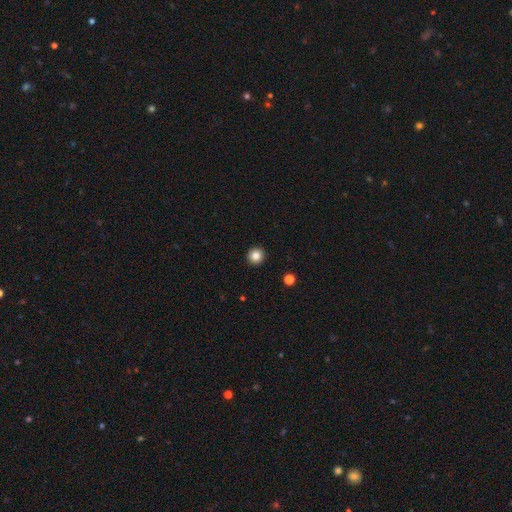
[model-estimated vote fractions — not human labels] smooth-or-featured: smooth: 84% | star or artifact: 11% | featured or disk: 5%
  how-rounded: round: 96% | in between: 3% | cigar-shaped: 1%
  merging: none: 94% | minor disturbance: 4% | major disturbance: 1% | merger: 1%